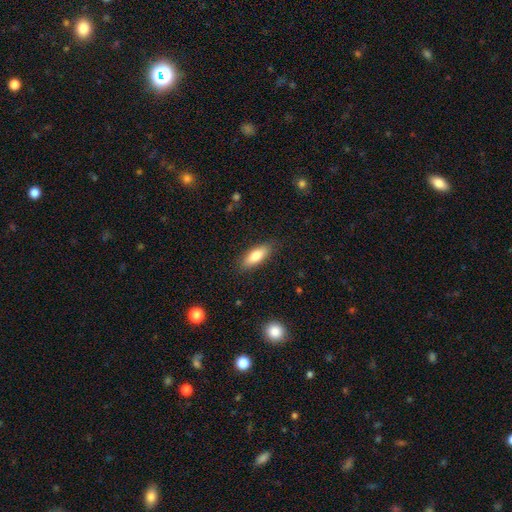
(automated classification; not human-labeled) This is likely a smooth galaxy (78%). How rounded: likely in between (68%). Merging: clearly none (86%).